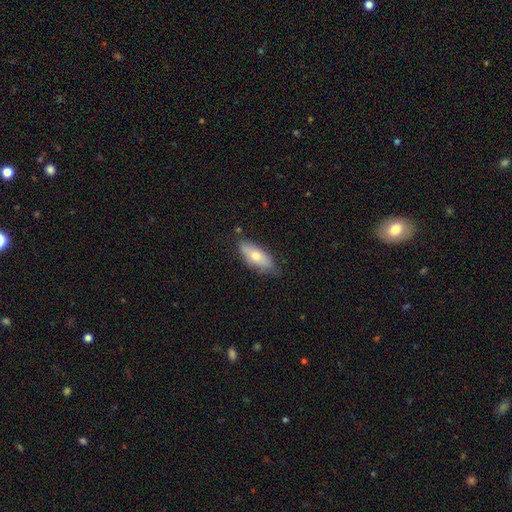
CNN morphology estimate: Smooth or featured? smooth (65%)
How rounded? in between (75%)
Merging? none (74%)